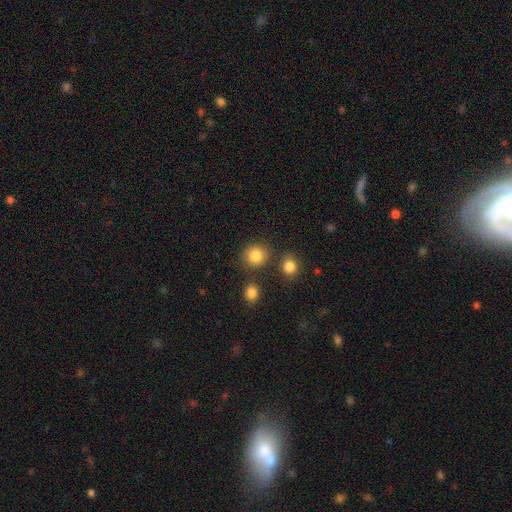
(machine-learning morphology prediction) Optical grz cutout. It shows a smooth galaxy with no disk features (85%) that is round (86%). Merging: none (80%).